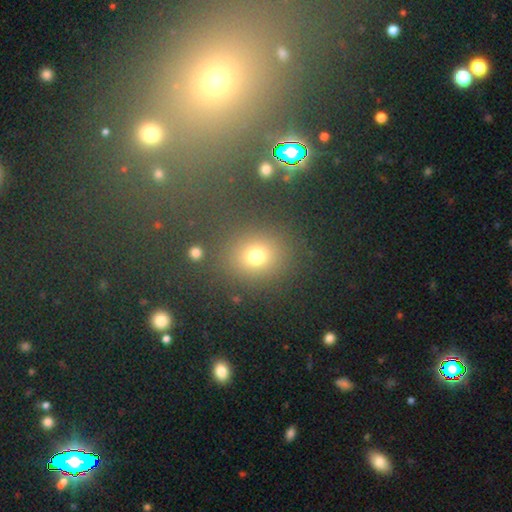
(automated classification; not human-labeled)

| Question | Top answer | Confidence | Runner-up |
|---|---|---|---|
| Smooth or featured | smooth | 70% | star or artifact (22%) |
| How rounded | round | 79% | in between (19%) |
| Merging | none | 81% | minor disturbance (8%) |